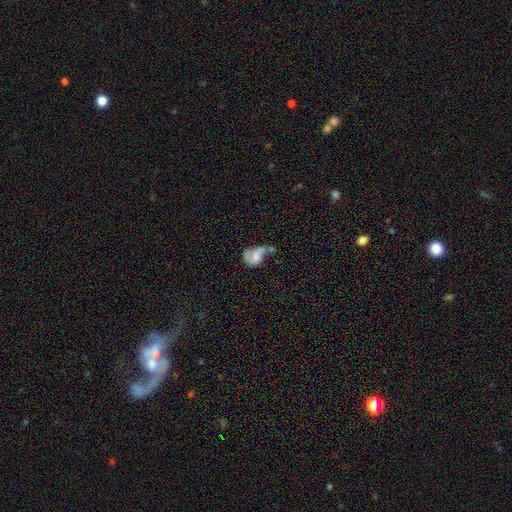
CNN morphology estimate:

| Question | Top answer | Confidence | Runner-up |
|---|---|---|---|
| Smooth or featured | smooth | 46% | featured or disk (45%) |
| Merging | major disturbance | 31% | merger (27%) |